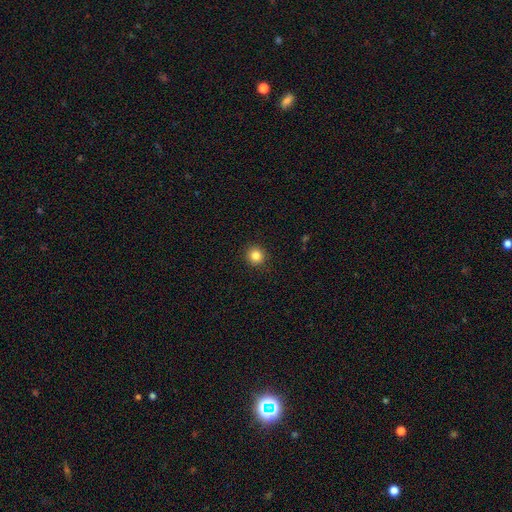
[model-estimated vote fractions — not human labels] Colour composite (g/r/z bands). It shows a smooth galaxy with no disk features (84%) that is round (93%). Merging: none (91%).